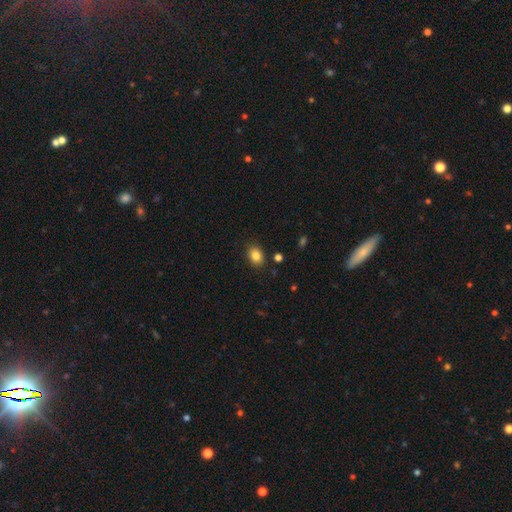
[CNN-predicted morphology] Overall: smooth (84%). How rounded: in between (70%). Merging: none (86%).